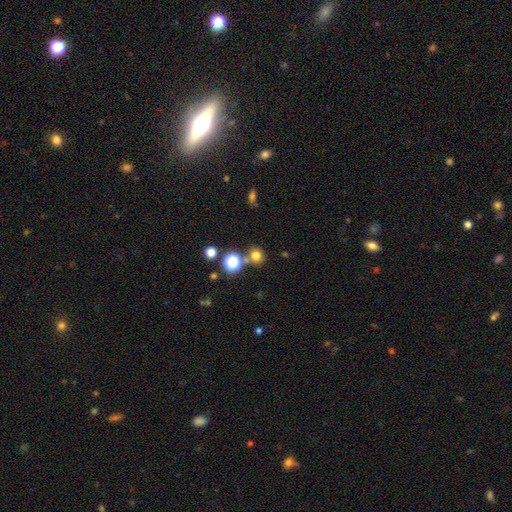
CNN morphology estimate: Smooth or featured? Predicted: smooth (p=0.73). How rounded? Predicted: round (p=0.84). Merging? Predicted: none (p=0.72).